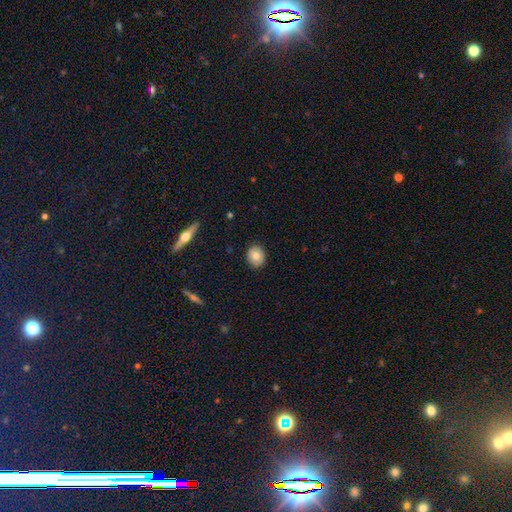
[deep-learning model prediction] A smooth galaxy with no disk features (75%) that is round (70%). Merging: none (88%).